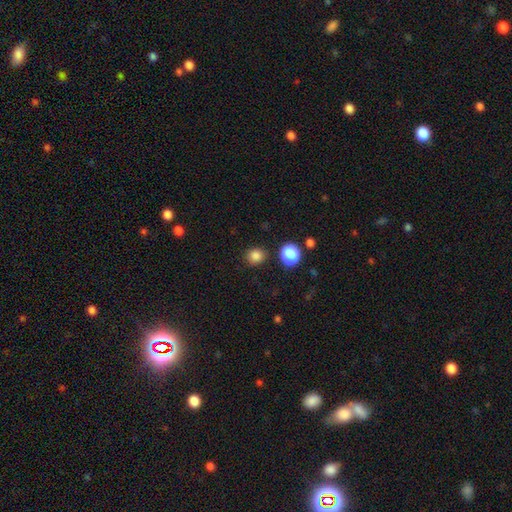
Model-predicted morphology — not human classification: Smooth or featured? smooth (83%)
How rounded? round (82%)
Merging? none (87%)